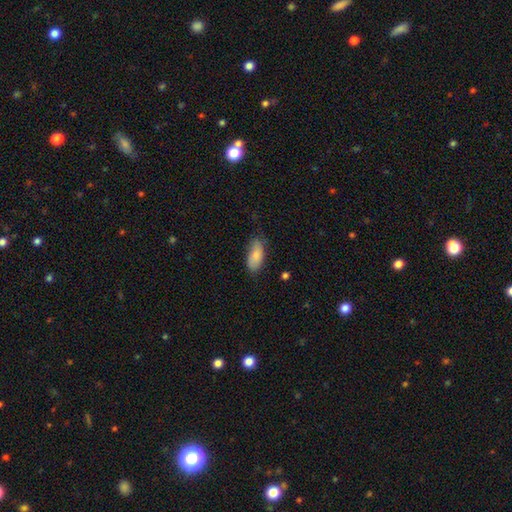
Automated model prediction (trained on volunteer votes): This is clearly a smooth galaxy (83%). How rounded: clearly in between (89%). Merging: likely none (64%).